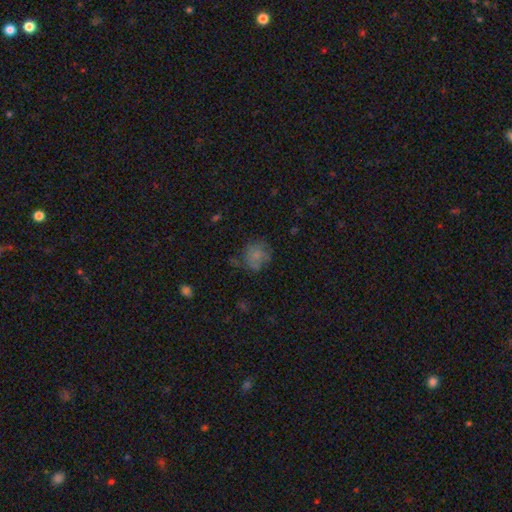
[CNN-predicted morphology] Smooth or featured? Predicted: smooth (p=0.69). How rounded? Predicted: round (p=0.77). Merging? Predicted: none (p=0.57).